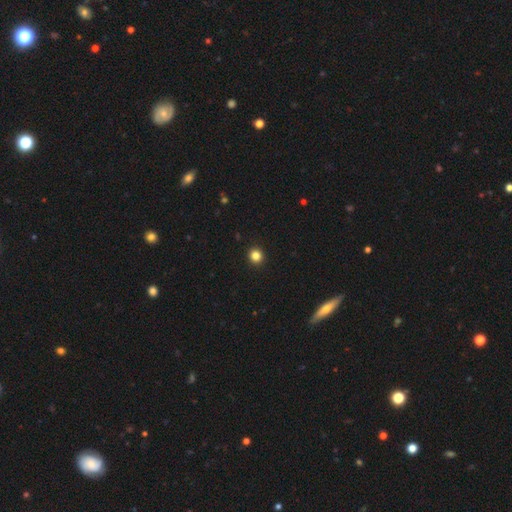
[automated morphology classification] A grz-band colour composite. It shows a smooth galaxy with no disk features (84%) that is round (93%). Merging: none (94%).